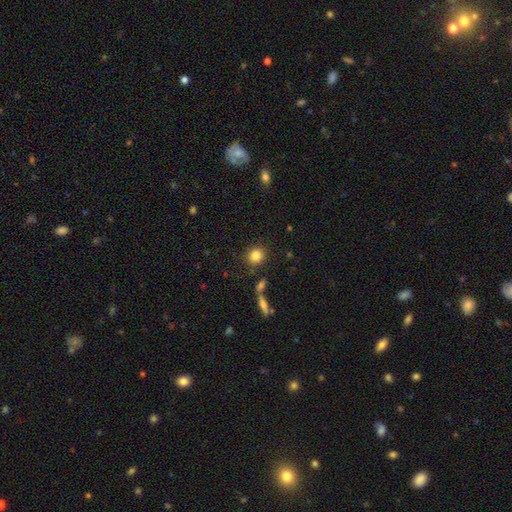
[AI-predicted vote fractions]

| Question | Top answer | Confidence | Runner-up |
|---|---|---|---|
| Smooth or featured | smooth | 84% | star or artifact (10%) |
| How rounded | round | 81% | in between (17%) |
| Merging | none | 84% | minor disturbance (8%) |